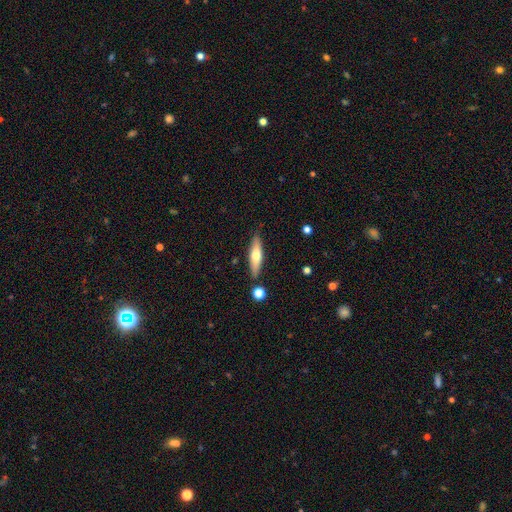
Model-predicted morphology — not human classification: A smooth galaxy with no disk features (55%) that is cigar-shaped (70%). Merging: none (84%).